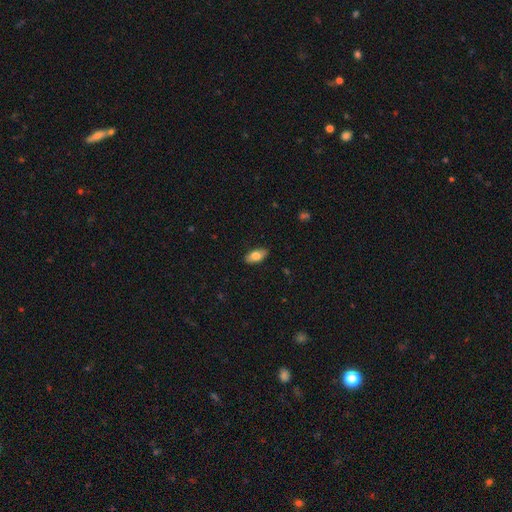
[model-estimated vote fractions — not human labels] smooth-or-featured: smooth: 77% | featured or disk: 16% | star or artifact: 7%
  how-rounded: in between: 90% | cigar-shaped: 7% | round: 3%
  merging: none: 87% | minor disturbance: 10% | major disturbance: 2% | merger: 1%